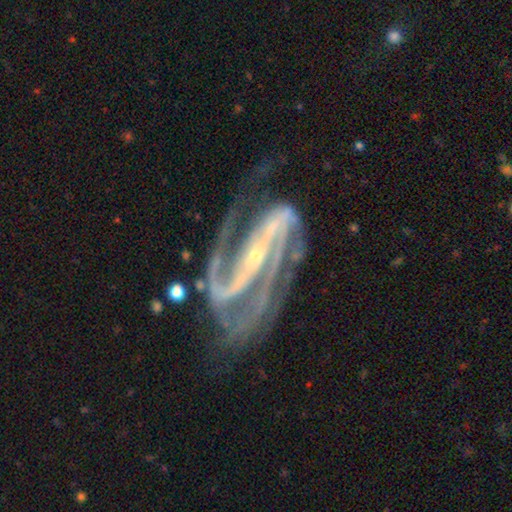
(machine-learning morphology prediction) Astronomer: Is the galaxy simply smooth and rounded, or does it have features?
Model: featured or disk — 92%.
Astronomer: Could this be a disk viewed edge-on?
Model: no — 95%.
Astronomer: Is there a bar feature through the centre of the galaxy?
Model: strong — 73%.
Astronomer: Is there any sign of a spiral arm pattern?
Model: yes — 98%.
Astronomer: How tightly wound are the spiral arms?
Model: medium — 52% (runner-up: tight, 32%).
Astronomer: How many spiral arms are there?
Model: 2 — 80%.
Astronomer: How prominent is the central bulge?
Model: small — 83%.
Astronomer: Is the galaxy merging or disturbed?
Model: none — 65%.